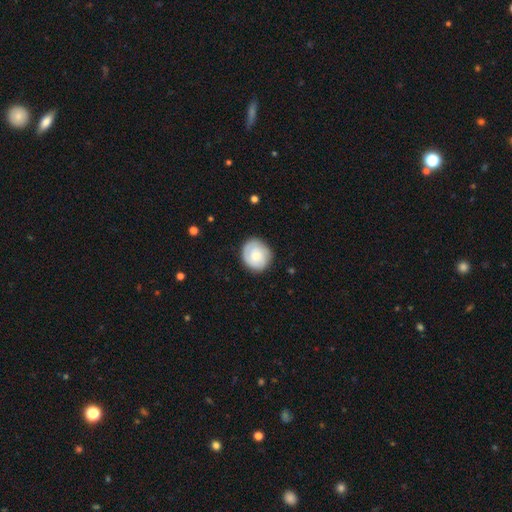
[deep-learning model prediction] The model was most divided on "smooth or featured": smooth: 66%, featured or disk: 28%, star or artifact: 6%. More confident: merging — none (82%); how rounded — round (81%).